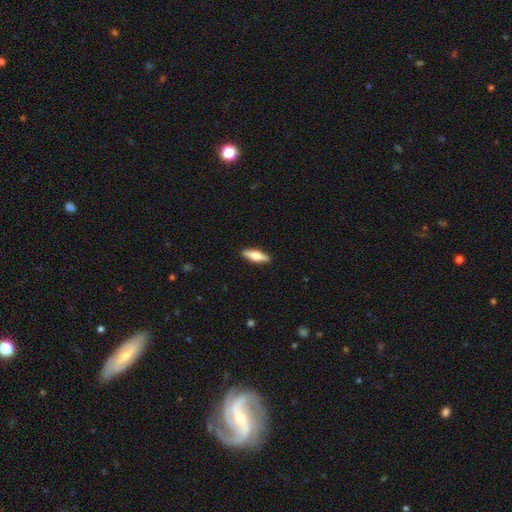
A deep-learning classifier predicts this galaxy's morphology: smooth 69%, featured or disk 25%, star or artifact 6%. Down the decision tree: how rounded — cigar-shaped (49%, tied with in between); merging — none (90%).